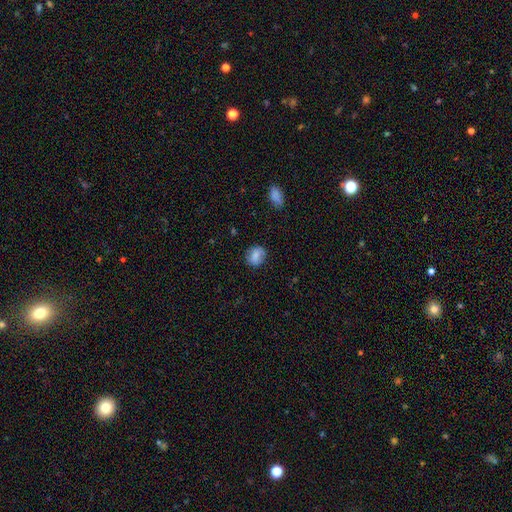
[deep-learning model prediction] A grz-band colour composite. It shows a smooth galaxy with no disk features (79%) that is round (60%). Merging: none (77%).